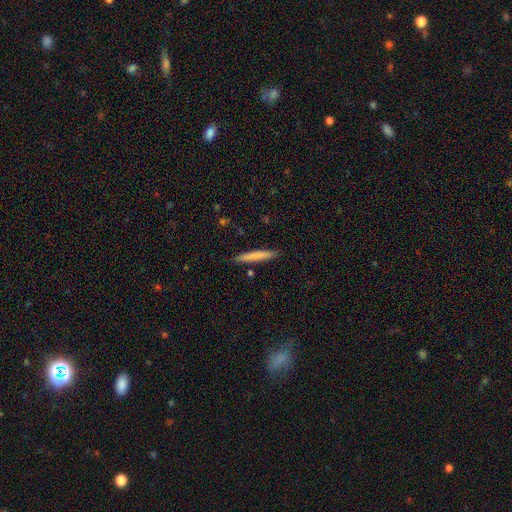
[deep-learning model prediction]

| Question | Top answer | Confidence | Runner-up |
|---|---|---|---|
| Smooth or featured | smooth | 75% | featured or disk (20%) |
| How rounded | cigar-shaped | 95% | in between (4%) |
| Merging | none | 89% | minor disturbance (8%) |